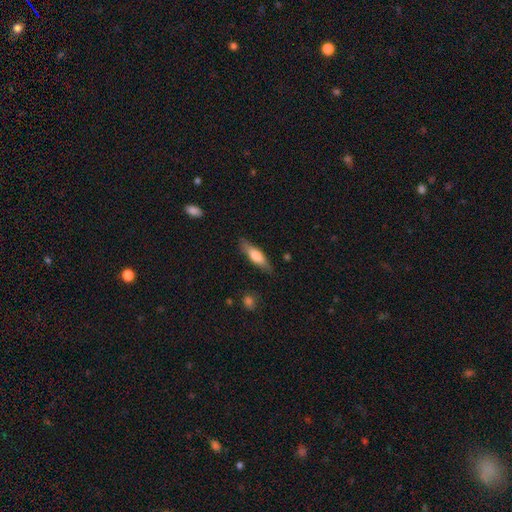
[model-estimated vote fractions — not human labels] smooth_or_featured: smooth (p=0.60) [alt: featured or disk p=0.34]
how_rounded: cigar-shaped (p=0.60) [alt: in between p=0.38]
merging: none (p=0.82) [alt: minor disturbance p=0.13]